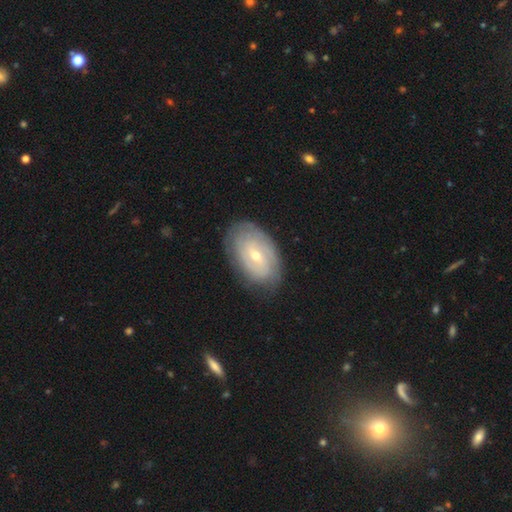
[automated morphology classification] Smooth or featured? featured or disk (69%)
Edge-on disk? no (94%)
Bar? no (51%)
Spiral arms? yes (76%)
Bulge size? small (61%)
Merging? none (79%)